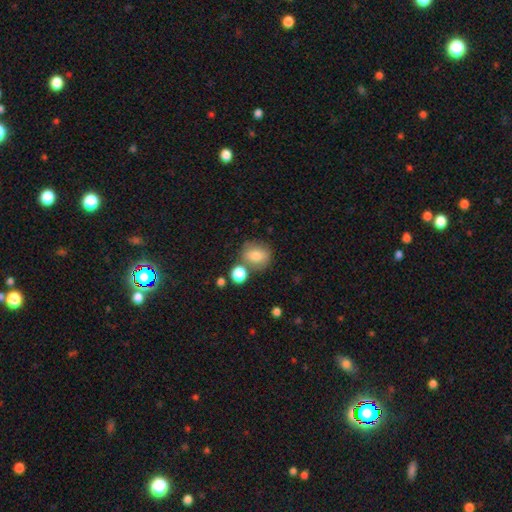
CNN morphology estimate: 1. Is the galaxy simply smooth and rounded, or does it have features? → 76% smooth, 13% featured or disk, 11% star or artifact.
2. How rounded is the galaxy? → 62% round, 36% in between, 1% cigar-shaped.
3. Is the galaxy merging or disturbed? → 64% none, 18% merger, 14% minor disturbance, 5% major disturbance.